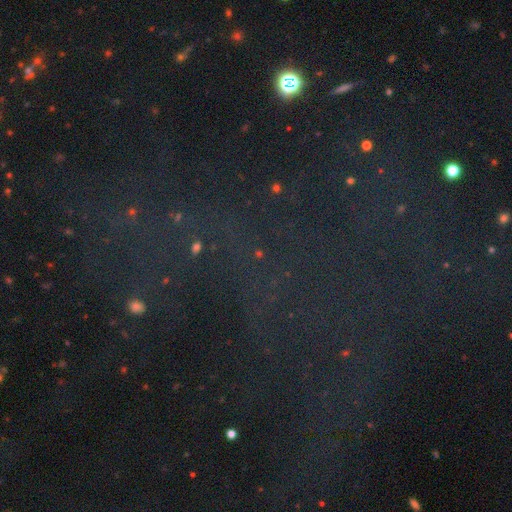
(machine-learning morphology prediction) A star or artifact, not a galaxy (69%).

Vote fractions:
- Smooth or featured? star or artifact: 69% / smooth: 17% / featured or disk: 13%